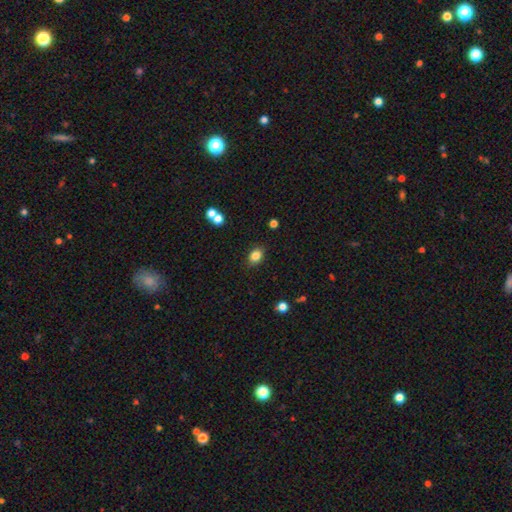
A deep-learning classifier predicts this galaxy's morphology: A smooth galaxy with no disk features (83%) that is in between round and cigar-shaped (65%). Merging: none (87%).